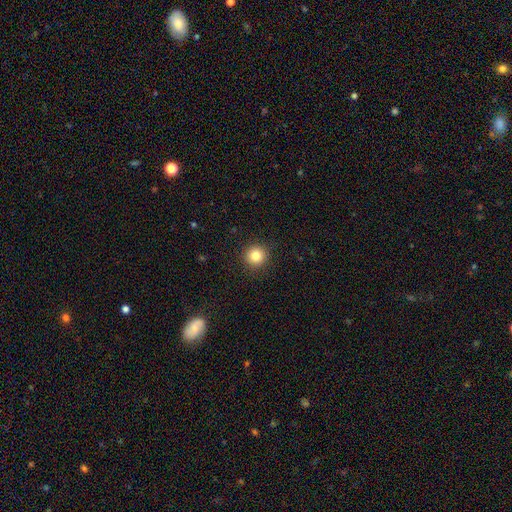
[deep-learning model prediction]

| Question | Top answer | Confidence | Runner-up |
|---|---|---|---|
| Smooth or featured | smooth | 83% | star or artifact (11%) |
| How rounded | round | 95% | in between (4%) |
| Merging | none | 92% | minor disturbance (5%) |